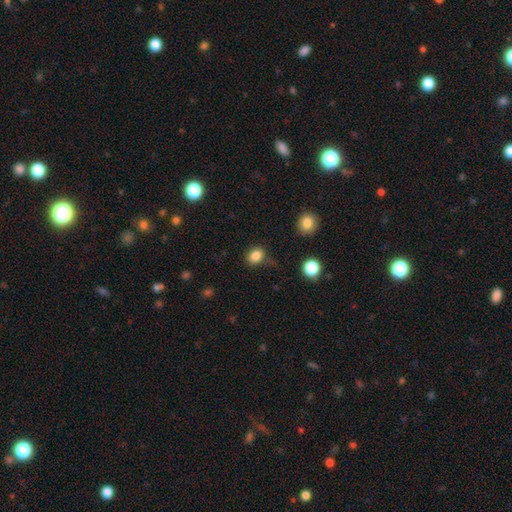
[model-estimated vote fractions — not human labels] The model was most divided on "how rounded": round: 54%, in between: 45%, cigar-shaped: 1%. More confident: smooth or featured — smooth (84%); merging — none (74%).